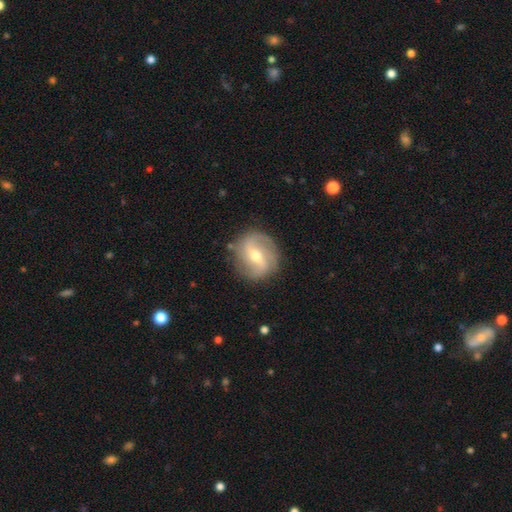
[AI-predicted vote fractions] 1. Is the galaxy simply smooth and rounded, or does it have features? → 75% featured or disk, 18% smooth, 7% star or artifact.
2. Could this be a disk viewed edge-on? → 96% no, 4% yes.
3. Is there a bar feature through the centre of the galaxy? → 45% weak, 30% strong, 25% no.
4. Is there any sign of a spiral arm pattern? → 87% yes, 13% no.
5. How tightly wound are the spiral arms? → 42% loose, 39% medium, 20% tight.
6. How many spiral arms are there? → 79% 2, 9% can't tell, 6% 3, 3% 1, 2% 4, 2% more than 4.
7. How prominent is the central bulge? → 60% moderate, 35% small, 2% large, 1% none, 1% dominant.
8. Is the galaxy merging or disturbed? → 83% none, 12% minor disturbance, 4% major disturbance, 2% merger.